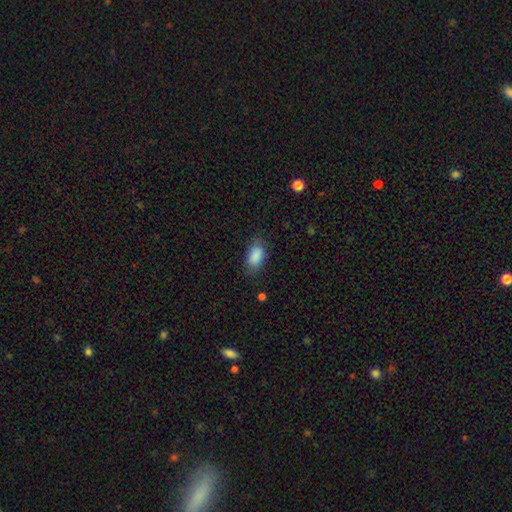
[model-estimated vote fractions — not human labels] smooth-or-featured: smooth: 88% | star or artifact: 7% | featured or disk: 5%
  how-rounded: in between: 91% | round: 5% | cigar-shaped: 4%
  merging: none: 75% | minor disturbance: 18% | major disturbance: 5% | merger: 1%